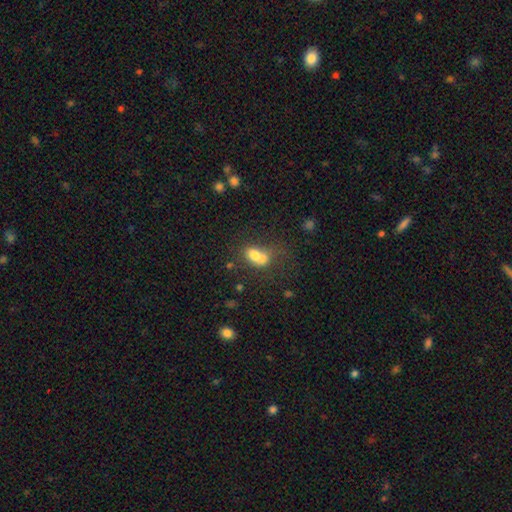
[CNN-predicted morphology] A smooth galaxy with no disk features (70%) that is in between round and cigar-shaped (70%). Merging: merger (55%).